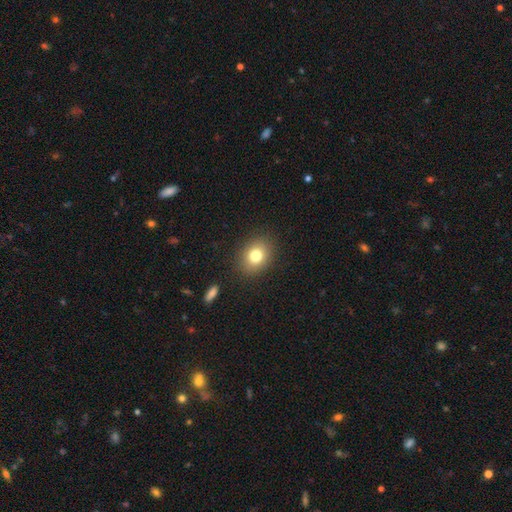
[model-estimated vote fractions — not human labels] smooth_or_featured: smooth (p=0.78) [alt: star or artifact p=0.11]
how_rounded: in between (p=0.50) [alt: round p=0.49]
merging: none (p=0.87) [alt: minor disturbance p=0.08]